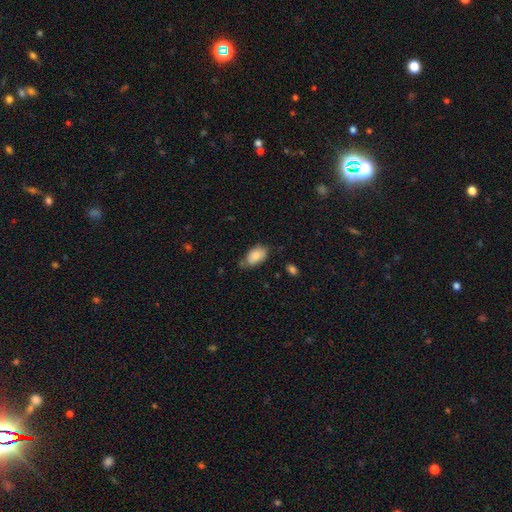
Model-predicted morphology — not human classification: Q: Smooth or featured?
A: smooth (83%); runner-up: featured or disk (10%)
Q: How rounded?
A: in between (93%); runner-up: round (6%)
Q: Merging?
A: none (61%); runner-up: minor disturbance (29%)